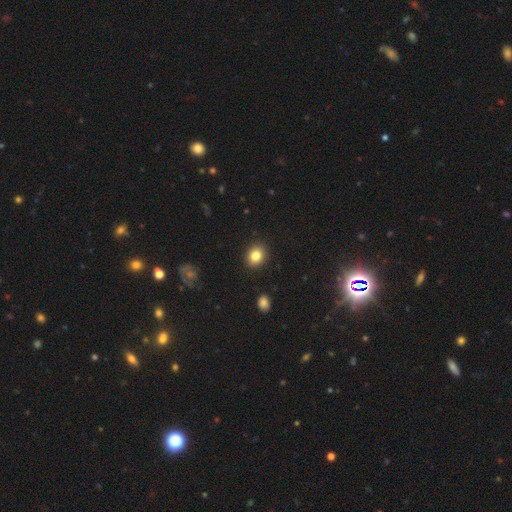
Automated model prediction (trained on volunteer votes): Overall: smooth (83%). How rounded: round (62%; in between 37%). Merging: none (91%).